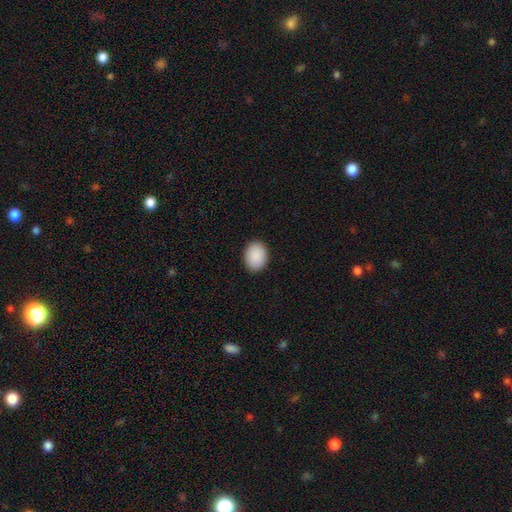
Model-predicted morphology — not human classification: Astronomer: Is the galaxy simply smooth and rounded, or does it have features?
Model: smooth — 91%.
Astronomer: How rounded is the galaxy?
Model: in between — 66%.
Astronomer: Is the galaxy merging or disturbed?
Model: none — 91%.